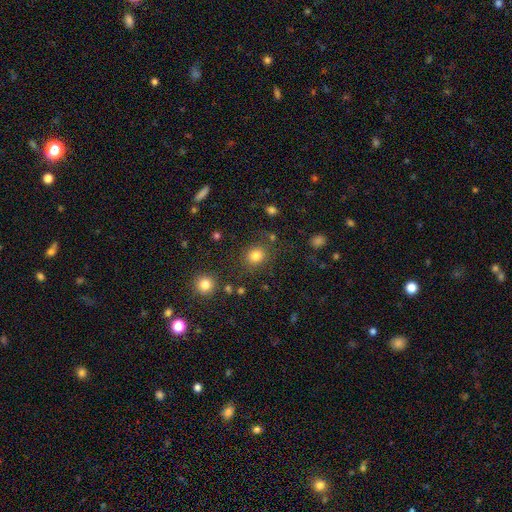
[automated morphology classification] smooth 80%, star or artifact 14%, featured or disk 6%. Down the decision tree: how rounded — round (78%); merging — none (81%).